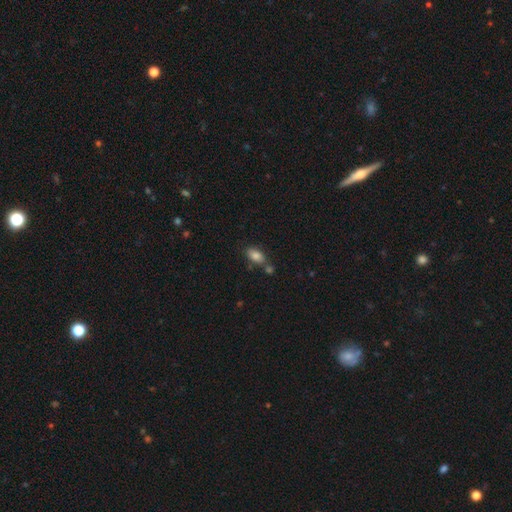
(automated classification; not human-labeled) smooth_or_featured: smooth (p=0.83) [alt: featured or disk p=0.09]
how_rounded: in between (p=0.90) [alt: cigar-shaped p=0.05]
merging: none (p=0.64) [alt: merger p=0.18]